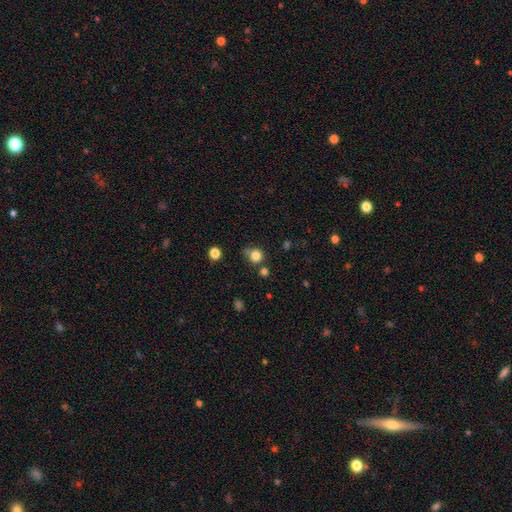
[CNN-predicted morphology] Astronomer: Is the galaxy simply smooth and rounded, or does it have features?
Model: smooth — 81%.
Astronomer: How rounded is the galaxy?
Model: round — 89%.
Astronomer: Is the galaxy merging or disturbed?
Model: none — 67%.